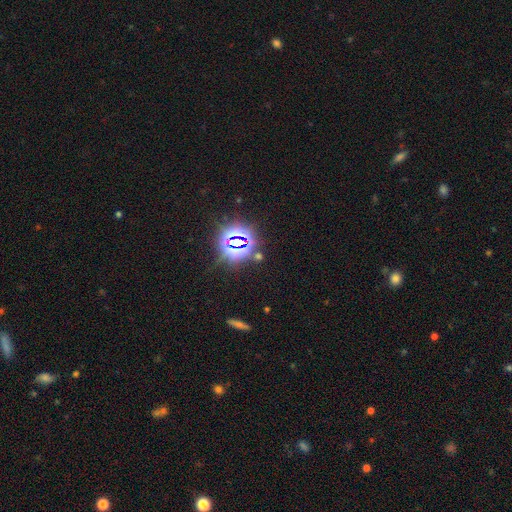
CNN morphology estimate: Smooth or featured? Predicted: star or artifact (p=0.79).